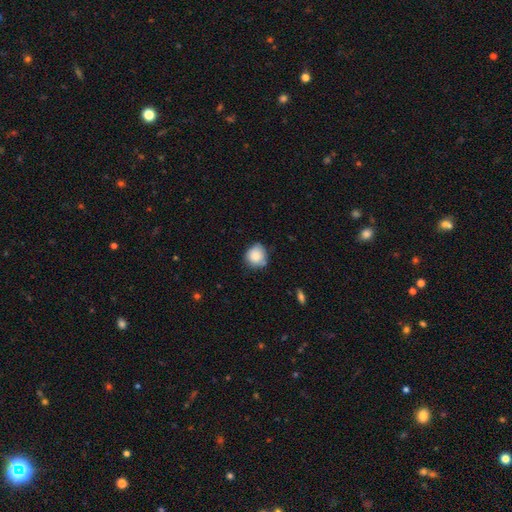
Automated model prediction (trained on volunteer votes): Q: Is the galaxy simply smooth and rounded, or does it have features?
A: smooth — 85%.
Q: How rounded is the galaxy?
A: round — 85%.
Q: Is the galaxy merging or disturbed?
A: none — 64%.